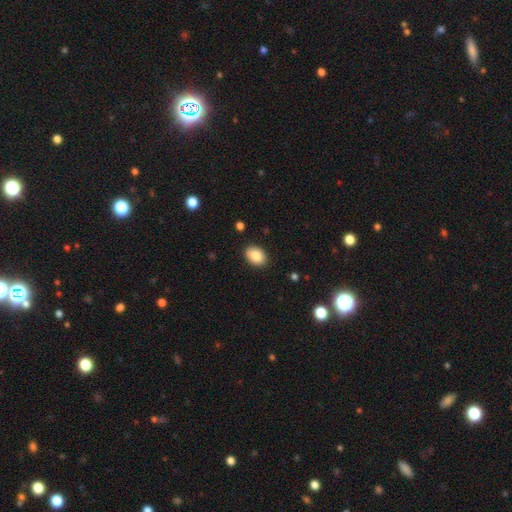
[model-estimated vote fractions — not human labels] smooth 87%, star or artifact 8%, featured or disk 5%. Down the decision tree: how rounded — in between (76%); merging — none (87%).